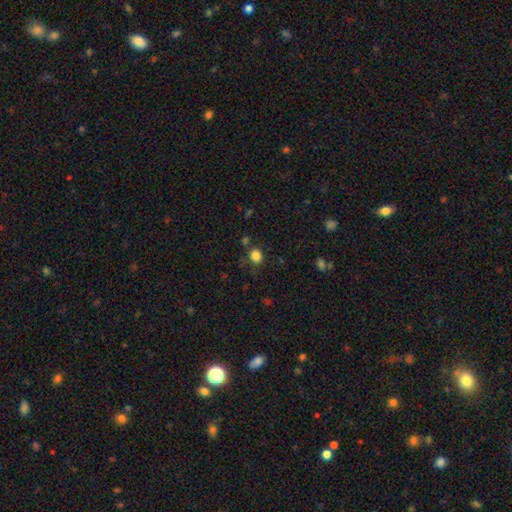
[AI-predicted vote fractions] This appears to be a smooth galaxy with no disk features (83%) that is round (71%). Merging: none (75%).